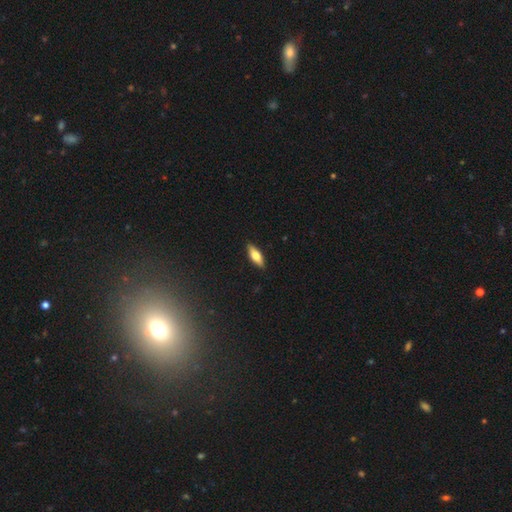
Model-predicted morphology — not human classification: smooth 62%, featured or disk 32%, star or artifact 6%. Down the decision tree: how rounded — in between (62%); merging — none (89%).